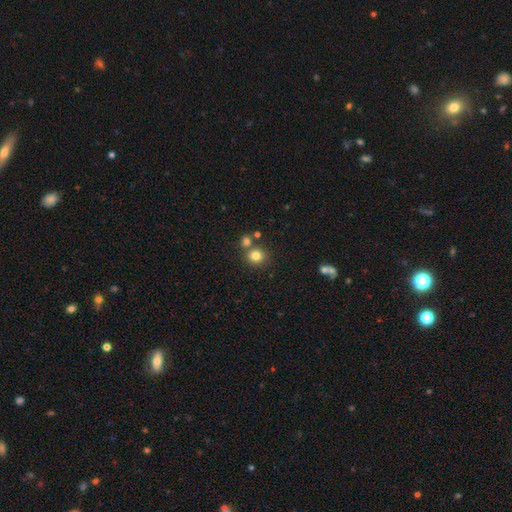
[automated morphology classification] Smooth or featured: smooth — 80% (star or artifact — 13%)
How rounded: round — 89% (in between — 11%)
Merging: none — 71% (merger — 19%)